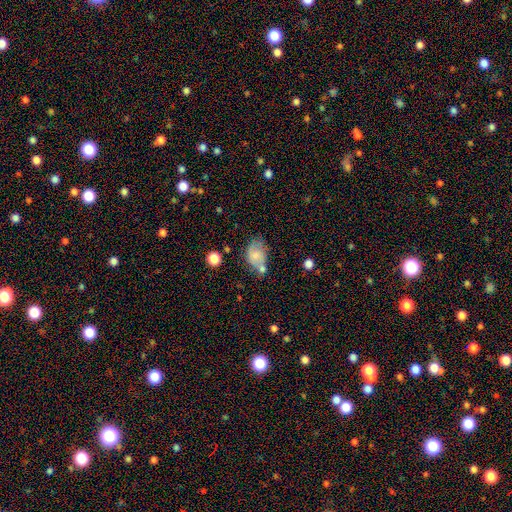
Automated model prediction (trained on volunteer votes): The model was most divided on "merging": none: 38%, minor disturbance: 25%, merger: 25%, major disturbance: 12%. More confident: how rounded — in between (76%); smooth or featured — smooth (68%).